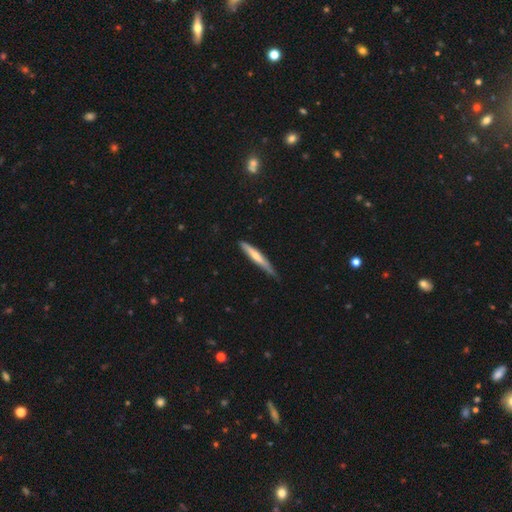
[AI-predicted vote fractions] This appears to be a smooth galaxy with no disk features (54%) that is cigar-shaped (93%). Merging: none (67%).